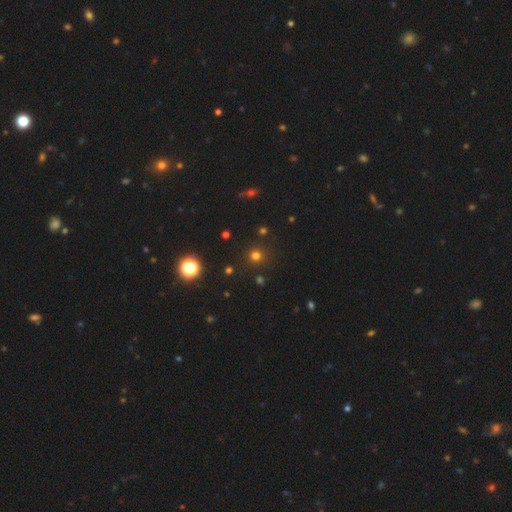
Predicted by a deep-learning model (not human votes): Q: Smooth or featured?
A: smooth (69%); runner-up: star or artifact (25%)
Q: How rounded?
A: round (93%); runner-up: in between (6%)
Q: Merging?
A: none (88%); runner-up: minor disturbance (6%)